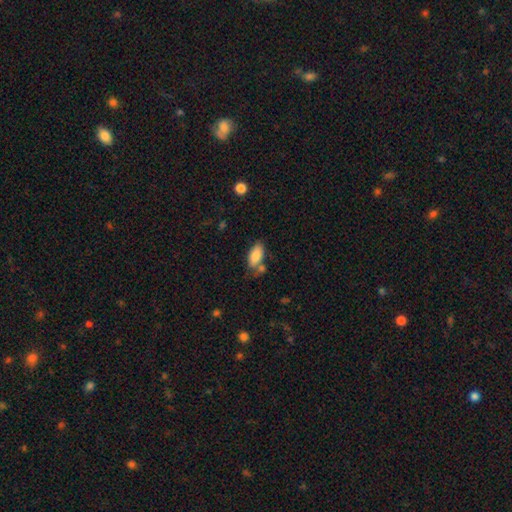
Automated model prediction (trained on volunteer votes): This appears to be a smooth galaxy with no disk features (85%) that is in between round and cigar-shaped (89%). Merging: none (58%).